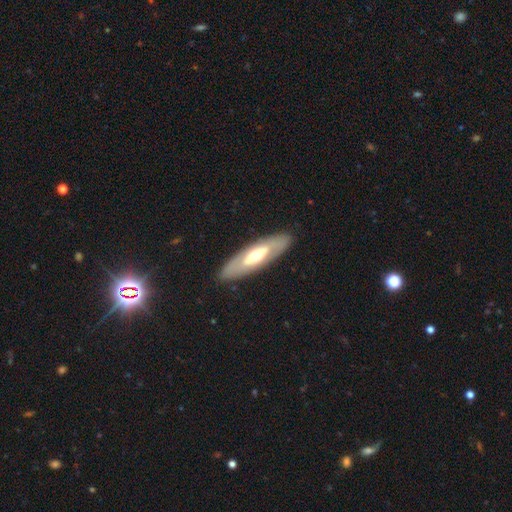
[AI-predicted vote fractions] Smooth or featured? featured or disk (57%)
Edge-on disk? no (65%)
Merging? none (86%)